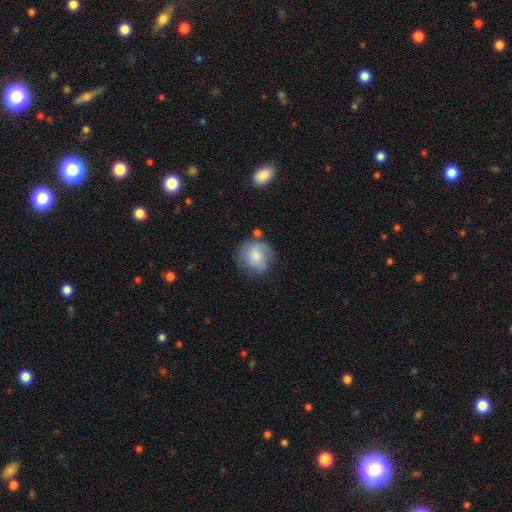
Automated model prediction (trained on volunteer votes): Q: Smooth or featured?
A: smooth (66%); runner-up: featured or disk (27%)
Q: How rounded?
A: round (80%); runner-up: in between (19%)
Q: Merging?
A: none (58%); runner-up: minor disturbance (25%)